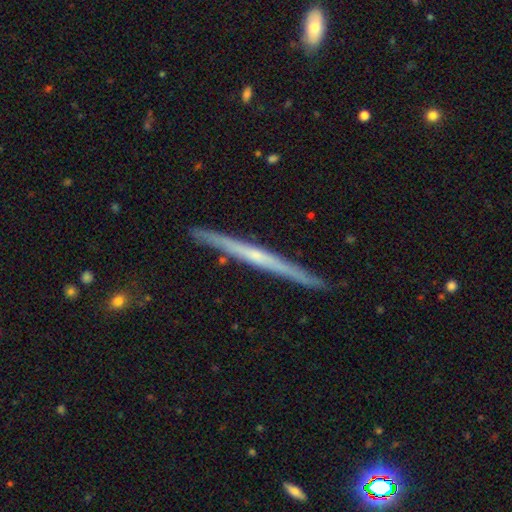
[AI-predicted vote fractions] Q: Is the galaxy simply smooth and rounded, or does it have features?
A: featured or disk — 72%.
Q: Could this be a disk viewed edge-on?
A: yes — 98%.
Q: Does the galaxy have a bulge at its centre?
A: none — 60%.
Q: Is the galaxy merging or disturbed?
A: none — 90%.